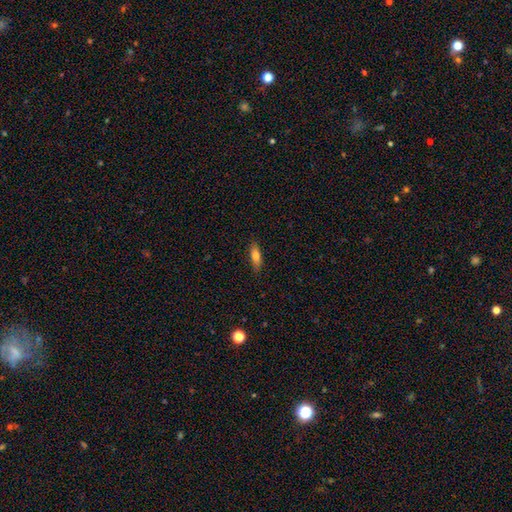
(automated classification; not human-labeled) Smooth or featured: smooth — 76% (featured or disk — 16%)
How rounded: in between — 60% (cigar-shaped — 37%)
Merging: none — 85% (minor disturbance — 12%)